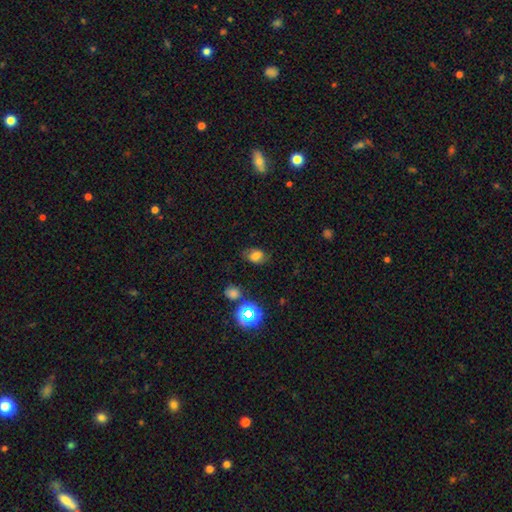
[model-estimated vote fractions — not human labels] This is possibly a smooth galaxy (56%). How rounded: likely in between (71%). Merging: likely none (71%).